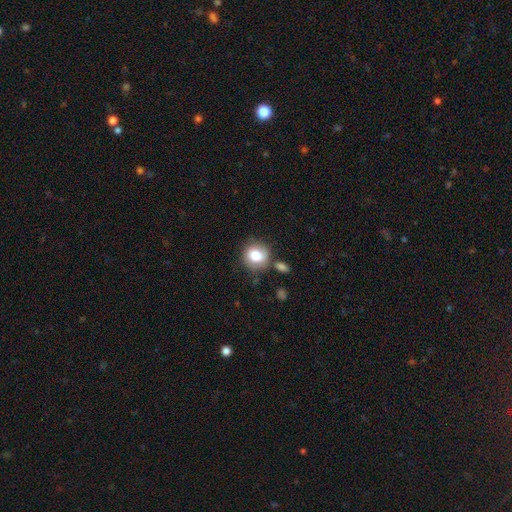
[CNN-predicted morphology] Overall: smooth (78%). How rounded: round (84%). Merging: none (74%).